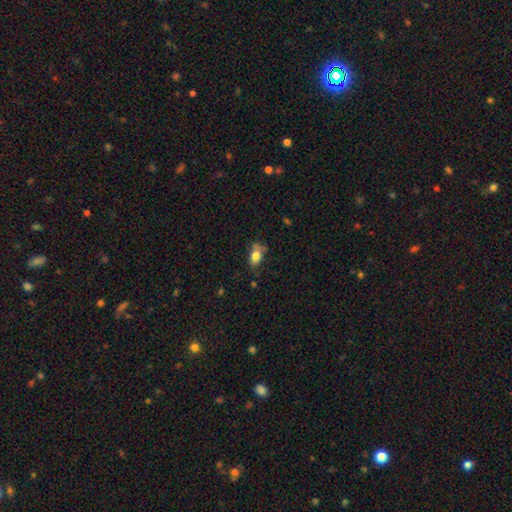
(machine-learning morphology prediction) Smooth or featured? Predicted: smooth (p=0.77). How rounded? Predicted: in between (p=0.82). Merging? Predicted: none (p=0.53).